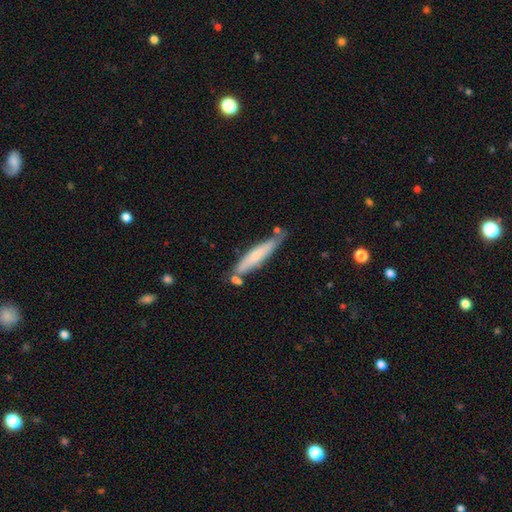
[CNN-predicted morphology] A smooth galaxy with no disk features (63%) that is cigar-shaped (90%). Merging: none (67%).